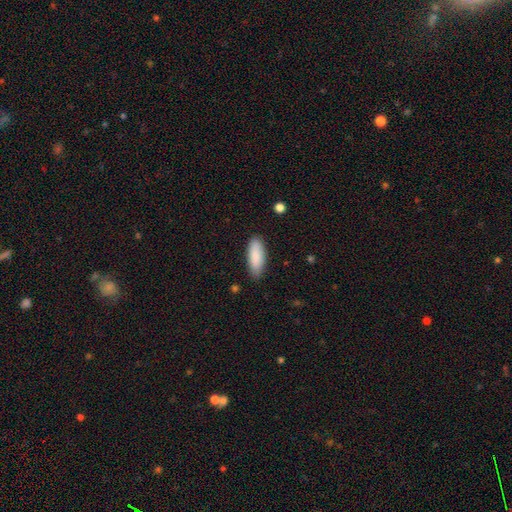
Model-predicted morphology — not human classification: type=smooth (88%); roundness=in between (69%); merging=none (85%).